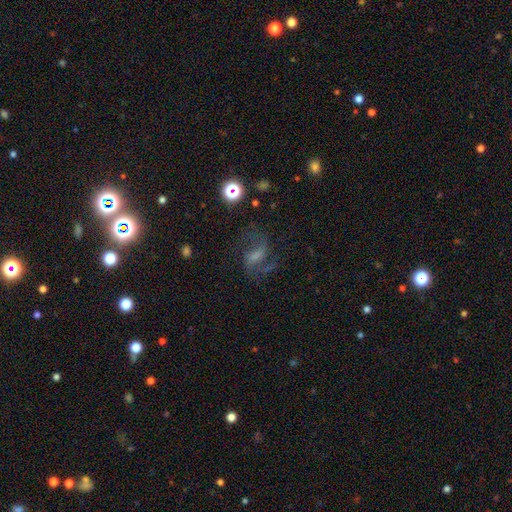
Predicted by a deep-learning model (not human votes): smooth_or_featured: featured or disk (p=0.61) [alt: smooth p=0.21]
disk_edge_on: no (p=0.96) [alt: yes p=0.04]
bar: weak (p=0.46) [alt: strong p=0.28]
has_spiral_arms: yes (p=0.84) [alt: no p=0.16]
bulge_size: none (p=0.36) [alt: small p=0.28]
merging: none (p=0.52) [alt: major disturbance p=0.28]